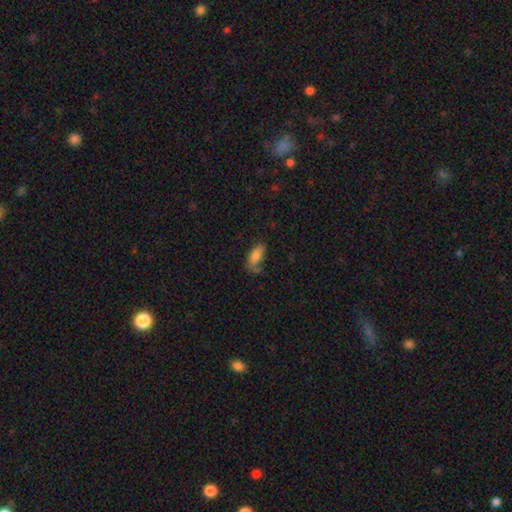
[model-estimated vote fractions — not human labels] Smooth or featured? smooth (80%)
How rounded? in between (84%)
Merging? none (51%)